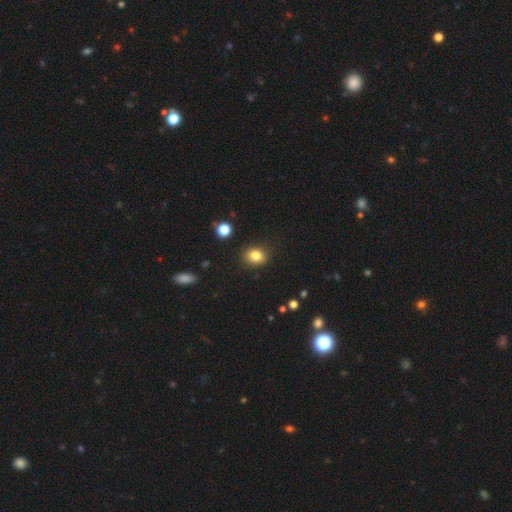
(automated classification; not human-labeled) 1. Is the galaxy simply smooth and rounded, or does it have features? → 83% smooth, 11% star or artifact, 6% featured or disk.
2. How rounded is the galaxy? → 53% round, 46% in between, 1% cigar-shaped.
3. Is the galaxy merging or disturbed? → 86% none, 10% minor disturbance, 3% major disturbance, 2% merger.